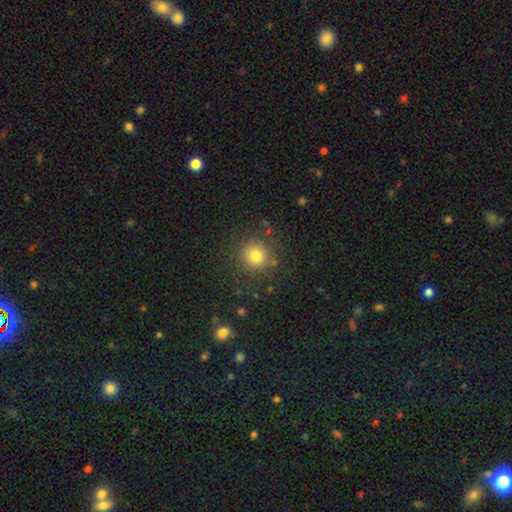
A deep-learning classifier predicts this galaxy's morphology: smooth 79%, star or artifact 14%, featured or disk 7%. Down the decision tree: how rounded — round (92%); merging — none (85%).